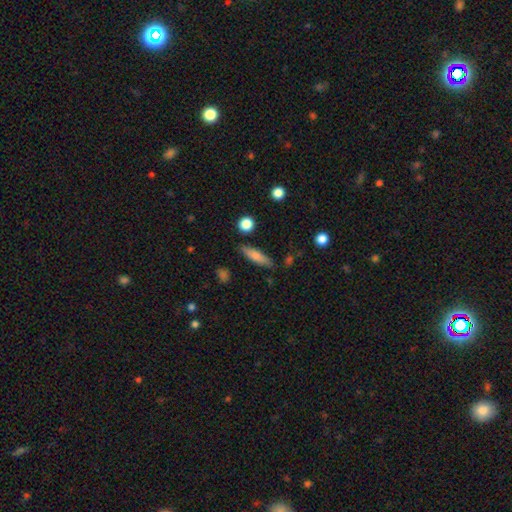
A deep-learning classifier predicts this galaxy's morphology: This is likely a smooth galaxy (74%). How rounded: likely cigar-shaped (69%). Merging: clearly none (83%).